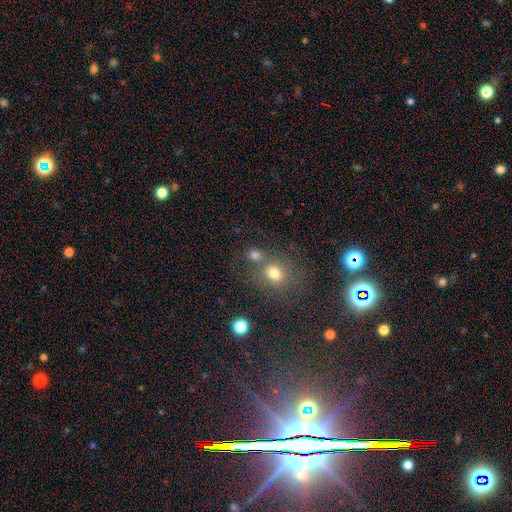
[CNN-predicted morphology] A smooth galaxy with no disk features (66%) that is round (77%). Merging: none (58%).